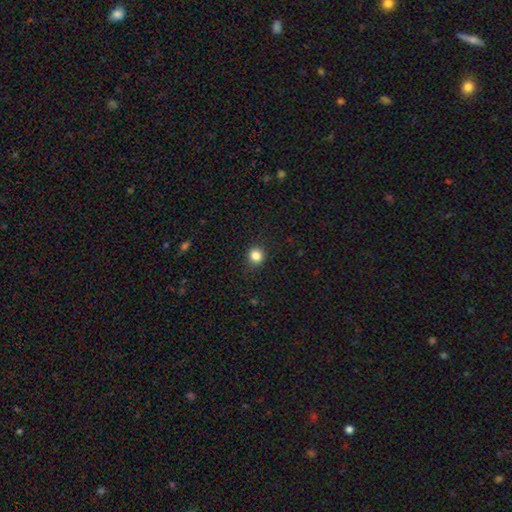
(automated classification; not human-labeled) Smooth or featured? smooth (84%)
How rounded? round (87%)
Merging? none (87%)